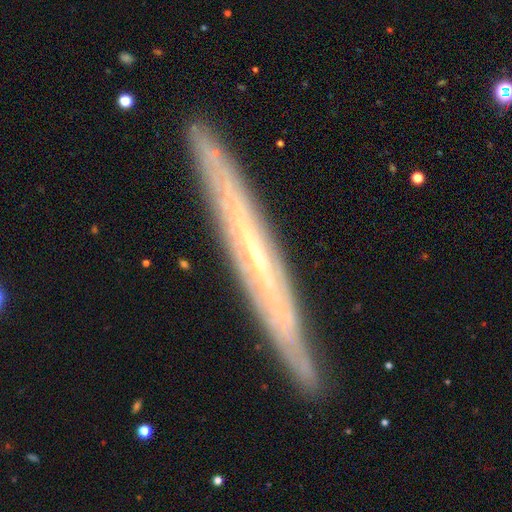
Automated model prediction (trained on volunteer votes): Morphology: type=featured or disk (74%); edge-on=yes (88%); edge-on bulge=none (75%); merging=none (87%).